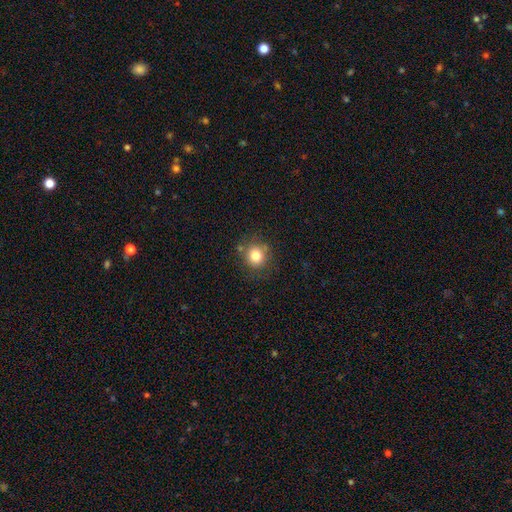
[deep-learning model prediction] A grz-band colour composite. It shows a smooth galaxy with no disk features (80%) that is round (90%). Merging: none (79%).